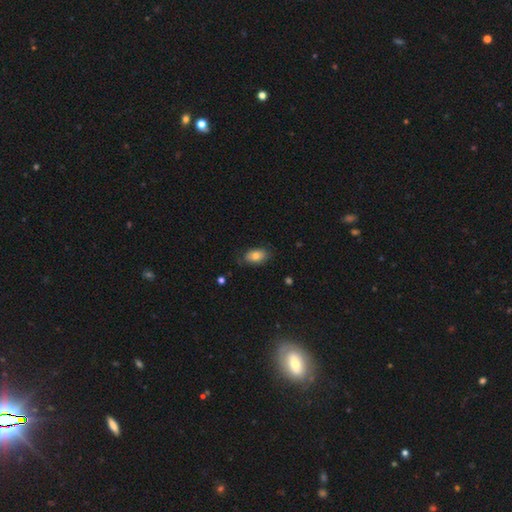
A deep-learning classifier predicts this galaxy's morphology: Overall: smooth (78%). How rounded: in between (91%). Merging: none (75%).